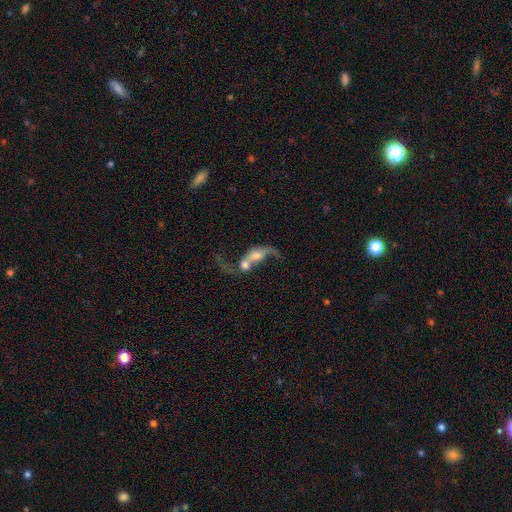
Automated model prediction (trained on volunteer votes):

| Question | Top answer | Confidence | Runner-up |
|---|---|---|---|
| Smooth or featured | featured or disk | 61% | smooth (30%) |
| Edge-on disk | no | 93% | yes (7%) |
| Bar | no | 66% | weak (25%) |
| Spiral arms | yes | 67% | no (33%) |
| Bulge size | moderate | 35% | large (22%) |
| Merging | merger | 72% | major disturbance (14%) |